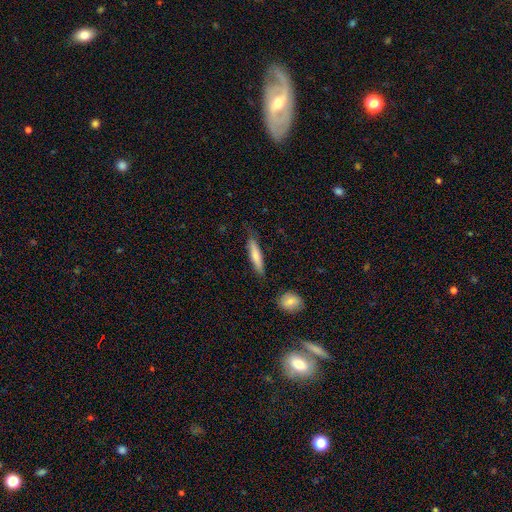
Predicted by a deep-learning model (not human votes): smooth_or_featured: smooth (p=0.72) [alt: featured or disk p=0.23]
how_rounded: cigar-shaped (p=0.85) [alt: in between p=0.13]
merging: none (p=0.80) [alt: minor disturbance p=0.15]